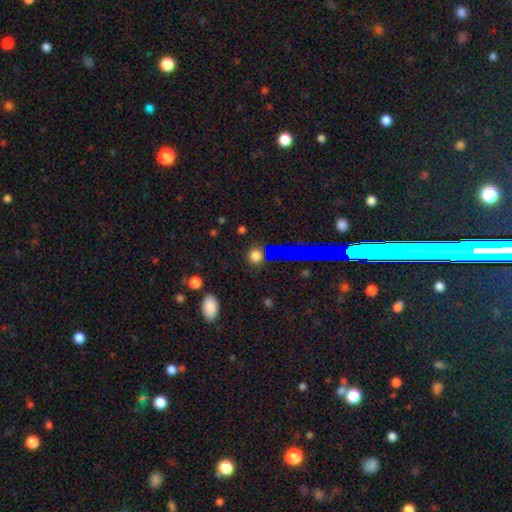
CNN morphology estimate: This appears to be a smooth galaxy with no disk features (70%) that is round (74%). Merging: none (82%).